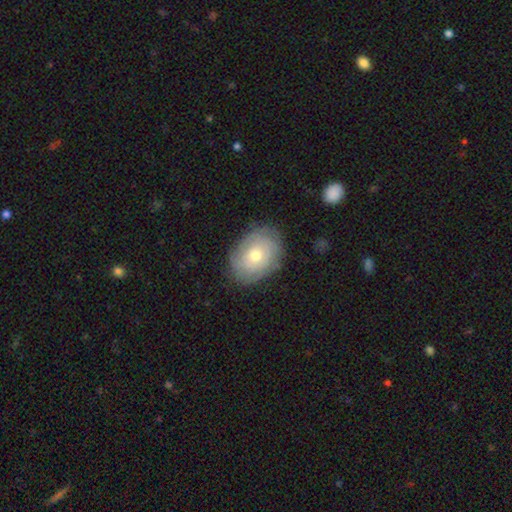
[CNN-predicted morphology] This is possibly a featured or disk galaxy (47%). Merging: likely none (80%).